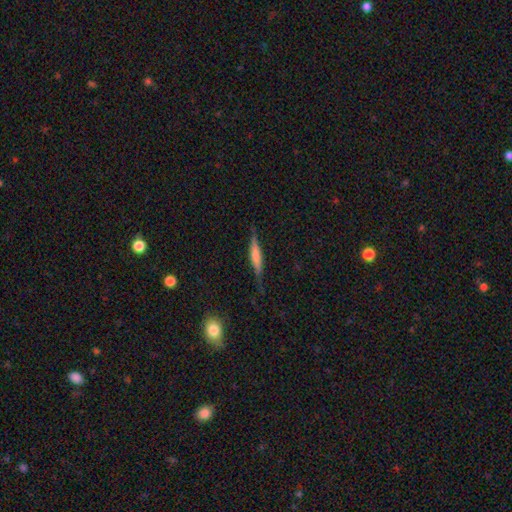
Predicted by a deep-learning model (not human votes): featured or disk 47% (tied), smooth 47% (tied), star or artifact 6%. Down the decision tree: merging — none (74%).